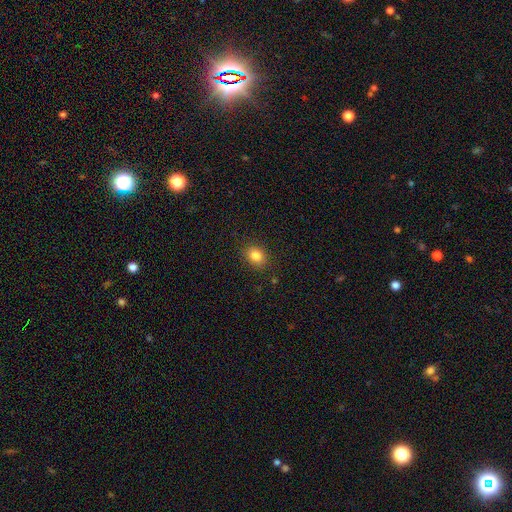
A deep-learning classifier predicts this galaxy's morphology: A smooth galaxy with no disk features (84%) that is in between round and cigar-shaped (53%). Merging: none (87%).